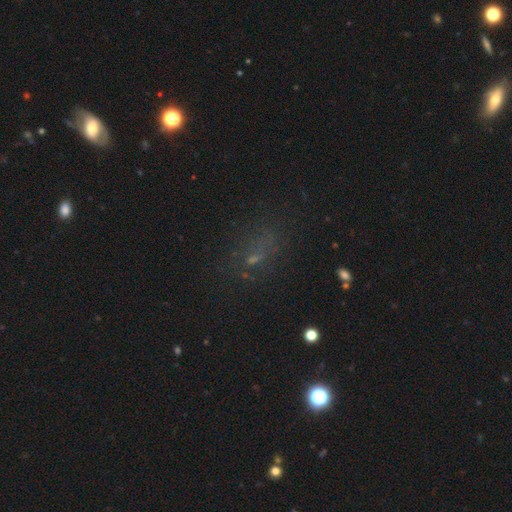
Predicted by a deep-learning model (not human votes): star or artifact 39%, smooth 38%, featured or disk 23%.